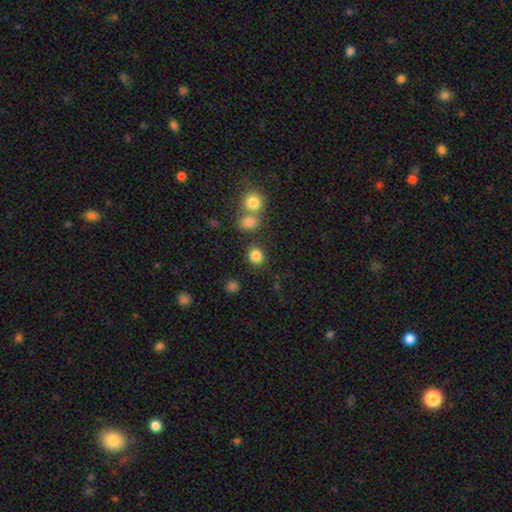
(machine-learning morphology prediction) A smooth galaxy with no disk features (84%) that is round (76%). Merging: none (77%).